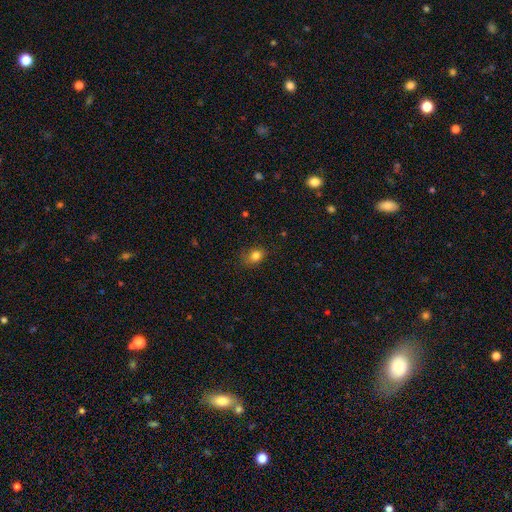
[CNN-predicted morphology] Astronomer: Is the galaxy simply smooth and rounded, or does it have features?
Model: smooth — 81%.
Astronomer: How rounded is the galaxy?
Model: in between — 50% (runner-up: round, 49%).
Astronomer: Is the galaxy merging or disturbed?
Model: none — 71%.